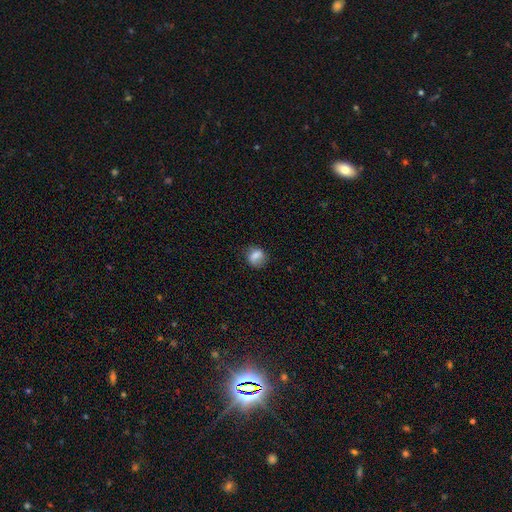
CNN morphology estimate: Smooth or featured?
  - smooth: 79% *
  - featured or disk: 12%
  - star or artifact: 10%
How rounded?
  - round: 58% *
  - in between: 40%
  - cigar-shaped: 2%
Merging?
  - none: 68% *
  - minor disturbance: 22%
  - major disturbance: 8%
  - merger: 3%